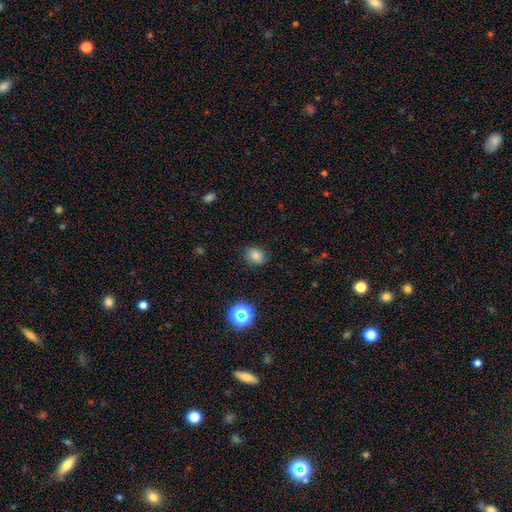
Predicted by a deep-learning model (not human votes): Overall: smooth (80%). How rounded: in between (50%; round 49%). Merging: none (84%).